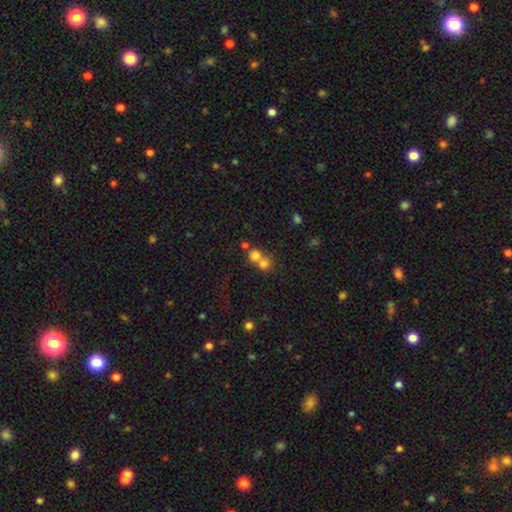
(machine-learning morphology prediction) smooth-or-featured: smooth: 73% | star or artifact: 14% | featured or disk: 13%
  how-rounded: round: 82% | in between: 17% | cigar-shaped: 1%
  merging: merger: 59% | none: 33% | minor disturbance: 5% | major disturbance: 3%